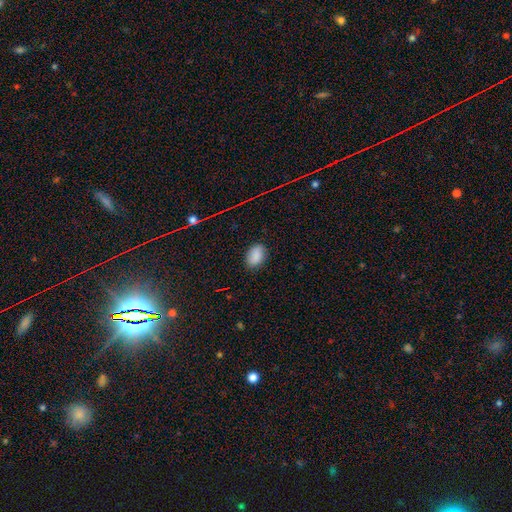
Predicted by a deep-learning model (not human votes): This is clearly a smooth galaxy (85%). How rounded: clearly in between (84%). Merging: clearly none (84%).